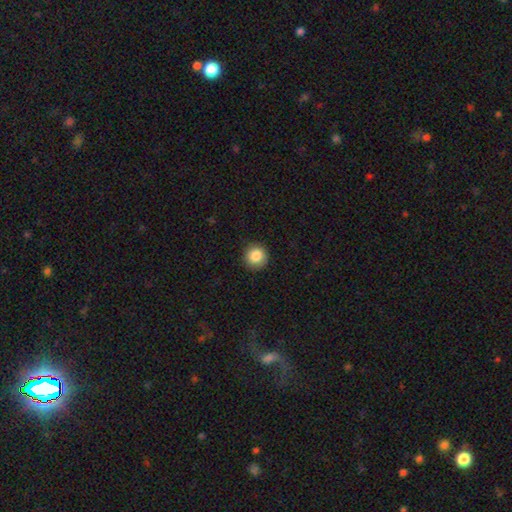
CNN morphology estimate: smooth 86%, star or artifact 9%, featured or disk 5%. Down the decision tree: how rounded — round (94%); merging — none (91%).